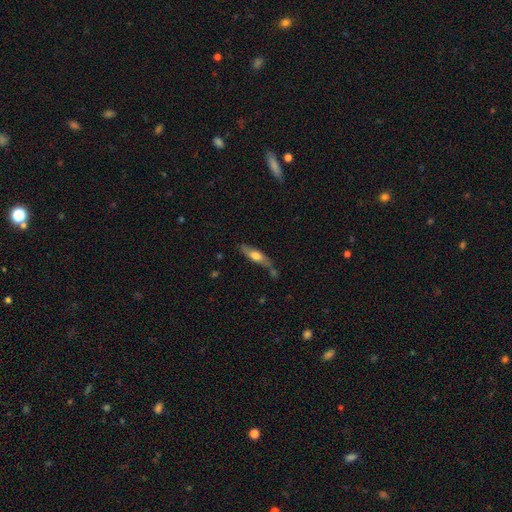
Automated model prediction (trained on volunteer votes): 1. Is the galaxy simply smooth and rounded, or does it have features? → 55% smooth, 39% featured or disk, 6% star or artifact.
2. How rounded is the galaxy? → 59% cigar-shaped, 39% in between, 3% round.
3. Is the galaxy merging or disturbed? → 60% none, 22% minor disturbance, 13% merger, 6% major disturbance.